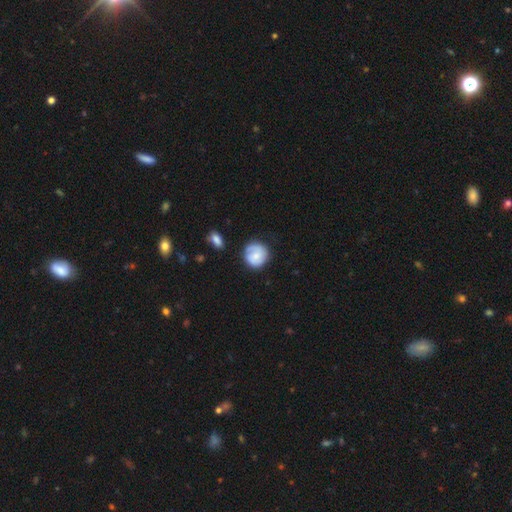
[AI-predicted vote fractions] smooth 57%, featured or disk 37%, star or artifact 7%. Down the decision tree: how rounded — round (87%); merging — none (68%).